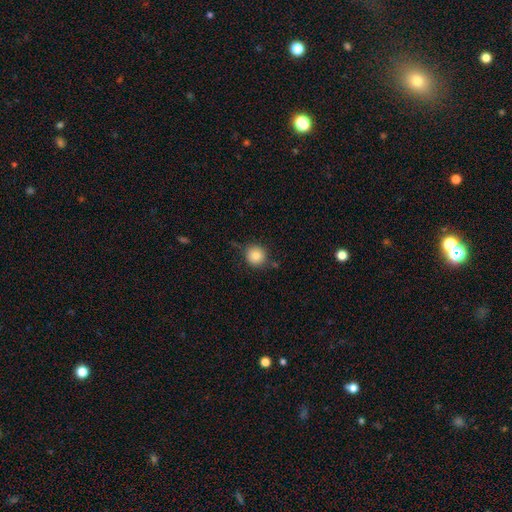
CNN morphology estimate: smooth 84%, star or artifact 10%, featured or disk 6%. Down the decision tree: how rounded — round (93%); merging — none (81%).